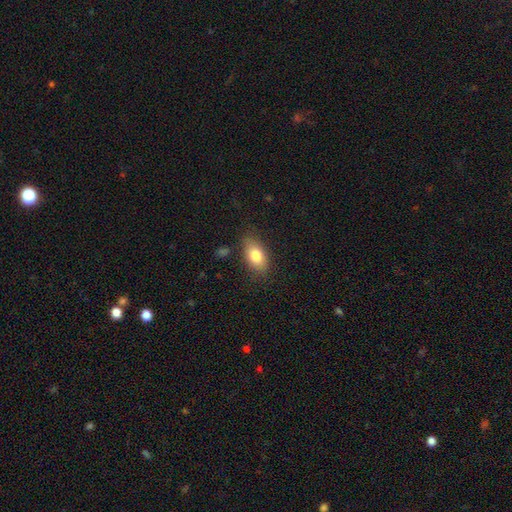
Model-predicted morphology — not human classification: The model was most divided on "merging": none: 79%, minor disturbance: 16%, major disturbance: 4%, merger: 2%. More confident: how rounded — in between (88%); smooth or featured — smooth (80%).